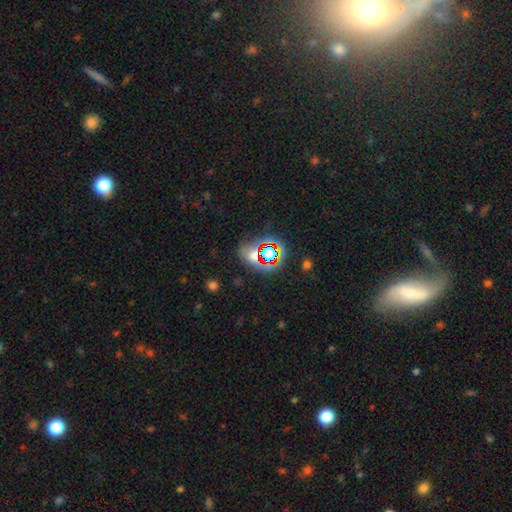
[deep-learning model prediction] Smooth or featured: star or artifact — 53% (smooth — 33%)